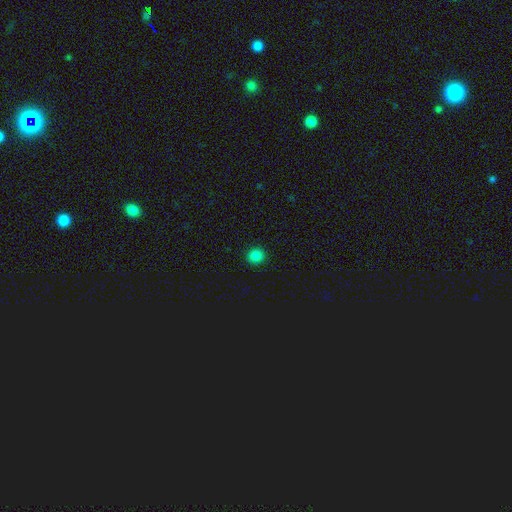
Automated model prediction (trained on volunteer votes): Morphology: type=smooth (83%); roundness=round (85%); merging=none (92%).